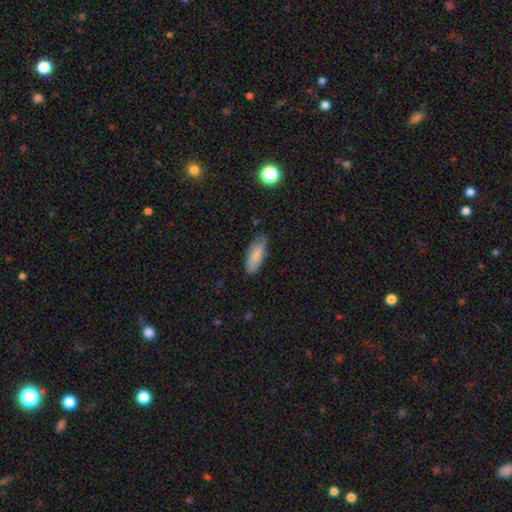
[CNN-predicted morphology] smooth_or_featured: smooth (p=0.82) [alt: featured or disk p=0.11]
how_rounded: in between (p=0.67) [alt: cigar-shaped p=0.31]
merging: none (p=0.74) [alt: minor disturbance p=0.21]